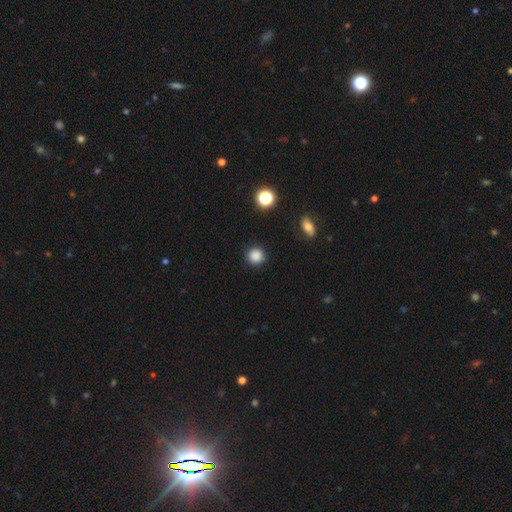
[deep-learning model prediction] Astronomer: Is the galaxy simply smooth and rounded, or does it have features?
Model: smooth — 85%.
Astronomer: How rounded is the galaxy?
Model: round — 92%.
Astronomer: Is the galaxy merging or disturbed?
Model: none — 90%.